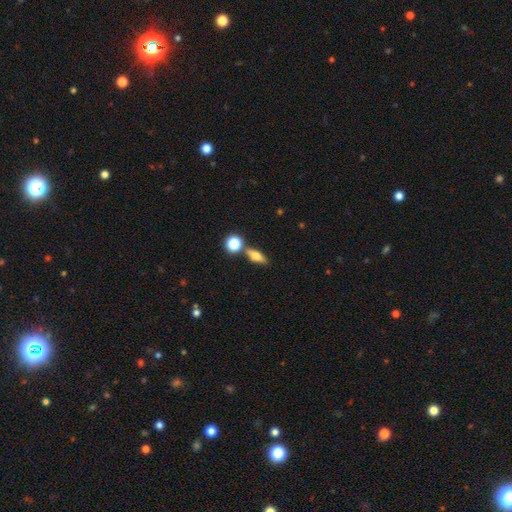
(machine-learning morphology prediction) Q: Smooth or featured?
A: smooth (54%); runner-up: featured or disk (36%)
Q: How rounded?
A: in between (54%); runner-up: cigar-shaped (31%)
Q: Merging?
A: none (73%); runner-up: merger (13%)